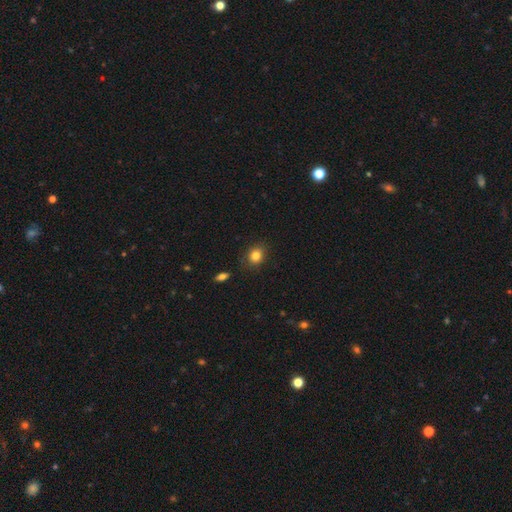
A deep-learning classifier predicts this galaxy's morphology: The model was most divided on "how rounded": round: 55%, in between: 44%, cigar-shaped: 1%. More confident: merging — none (84%); smooth or featured — smooth (83%).